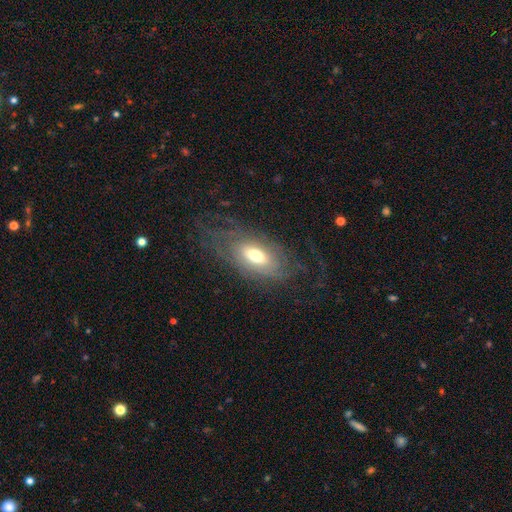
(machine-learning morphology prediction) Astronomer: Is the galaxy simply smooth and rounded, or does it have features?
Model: featured or disk — 61%.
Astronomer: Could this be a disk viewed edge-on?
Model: no — 86%.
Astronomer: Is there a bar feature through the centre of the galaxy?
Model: no — 64%.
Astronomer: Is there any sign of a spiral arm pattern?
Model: yes — 68%.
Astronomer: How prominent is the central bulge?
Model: moderate — 64%.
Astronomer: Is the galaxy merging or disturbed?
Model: none — 61%.